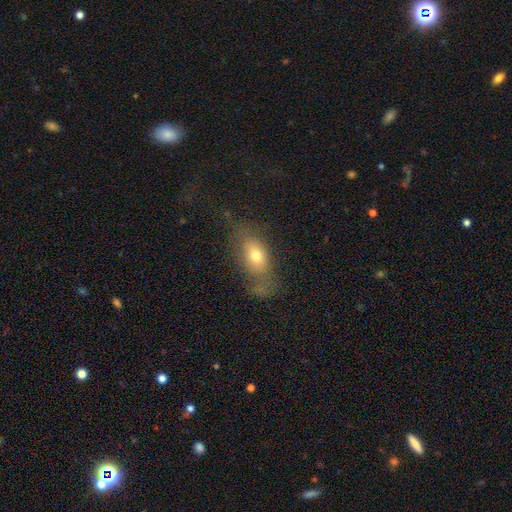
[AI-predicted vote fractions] Smooth or featured? smooth (68%)
How rounded? in between (78%)
Merging? none (50%)